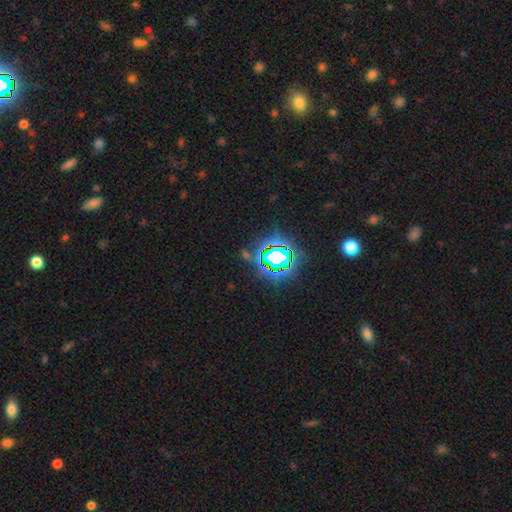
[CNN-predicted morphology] Smooth or featured? Predicted: star or artifact (p=0.80).